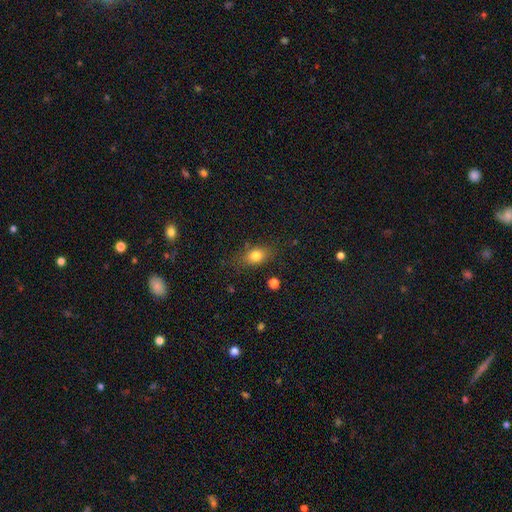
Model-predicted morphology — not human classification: Smooth or featured? Predicted: smooth (p=0.80). How rounded? Predicted: in between (p=0.73). Merging? Predicted: none (p=0.77).